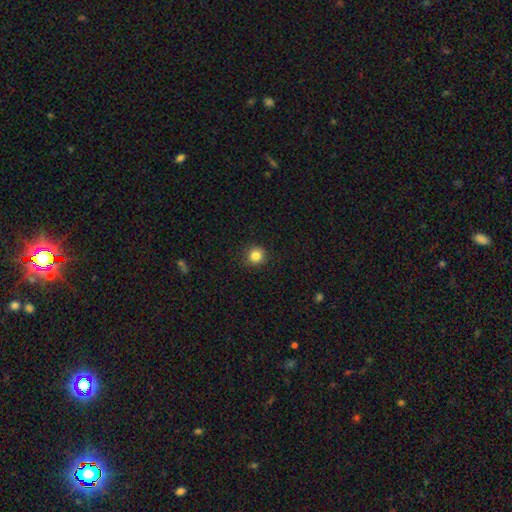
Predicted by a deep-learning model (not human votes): Smooth or featured: smooth — 84% (star or artifact — 11%)
How rounded: round — 93% (in between — 6%)
Merging: none — 90% (minor disturbance — 7%)